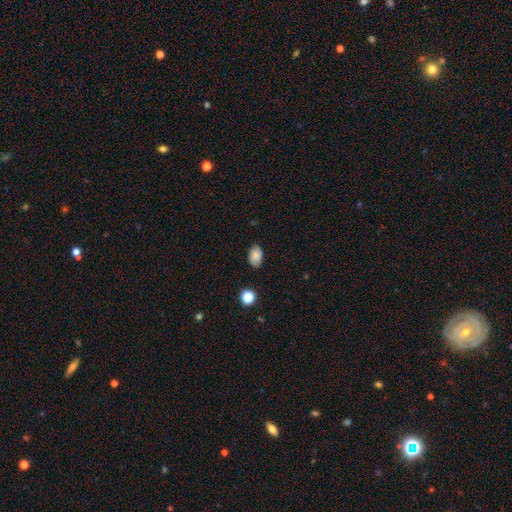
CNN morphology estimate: Smooth or featured: smooth — 76% (featured or disk — 14%)
How rounded: in between — 88% (round — 10%)
Merging: none — 82% (minor disturbance — 14%)